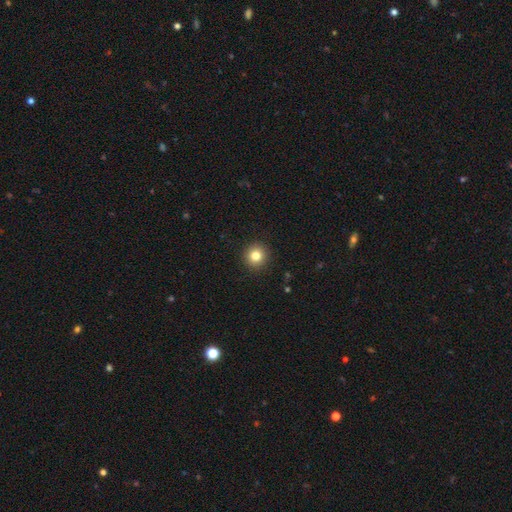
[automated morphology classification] This appears to be a smooth galaxy with no disk features (81%) that is round (94%). Merging: none (92%).